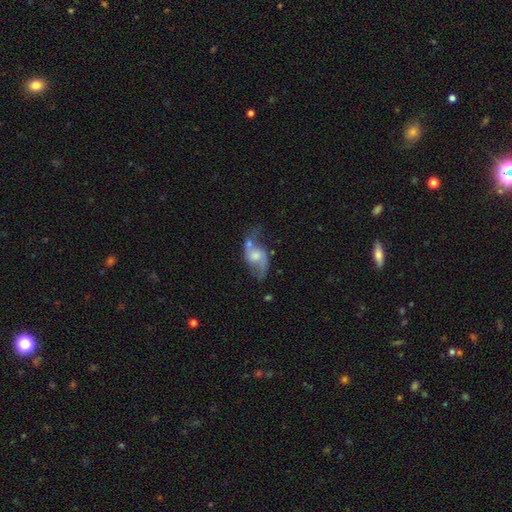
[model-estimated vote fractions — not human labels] This appears to be a featured or disk galaxy (76%) with no bar (57%), 2 (89%) loose (70%) spiral arms (90%) and a moderate central bulge (46%). Merging: none (47%).